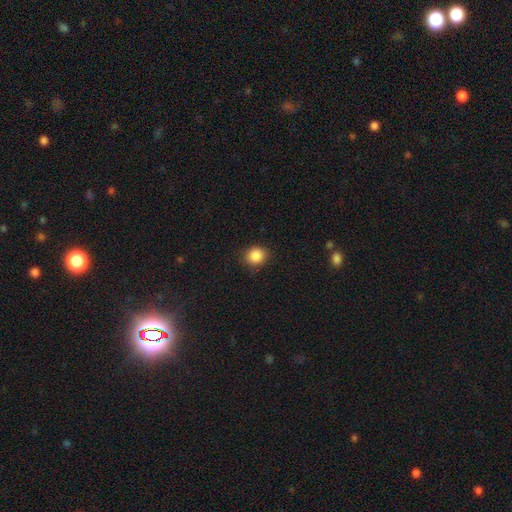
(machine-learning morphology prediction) Smooth or featured? Predicted: smooth (p=0.87). How rounded? Predicted: round (p=0.83). Merging? Predicted: none (p=0.87).